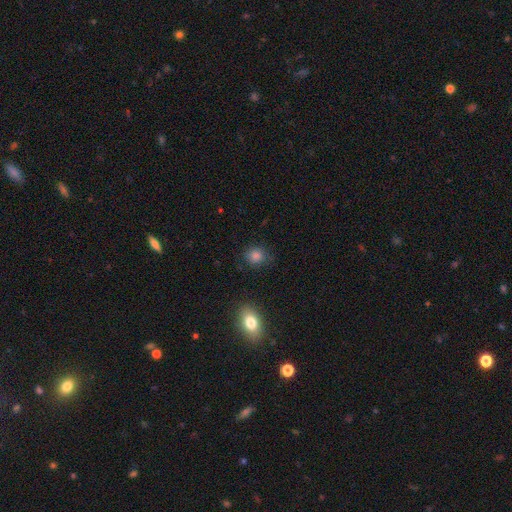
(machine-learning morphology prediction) The model was most divided on "how rounded": round: 81%, in between: 18%, cigar-shaped: 1%. More confident: merging — none (84%); smooth or featured — smooth (84%).